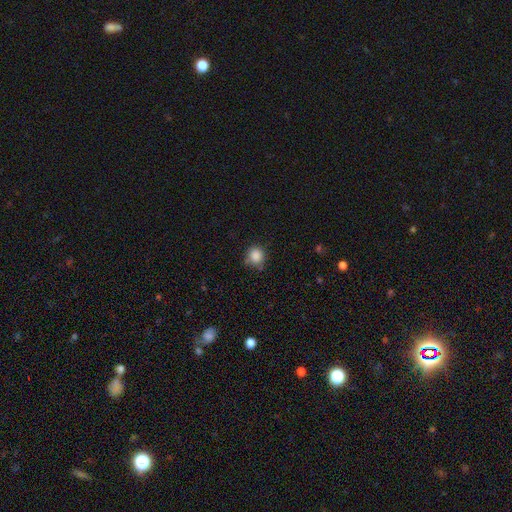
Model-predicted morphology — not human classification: This is clearly a smooth galaxy (86%). How rounded: clearly round (86%). Merging: likely none (69%).